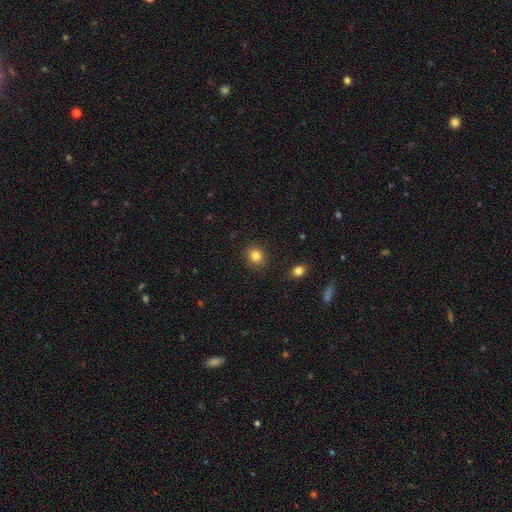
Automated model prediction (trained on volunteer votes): Smooth or featured: smooth — 84% (star or artifact — 11%)
How rounded: round — 78% (in between — 22%)
Merging: none — 89% (minor disturbance — 7%)